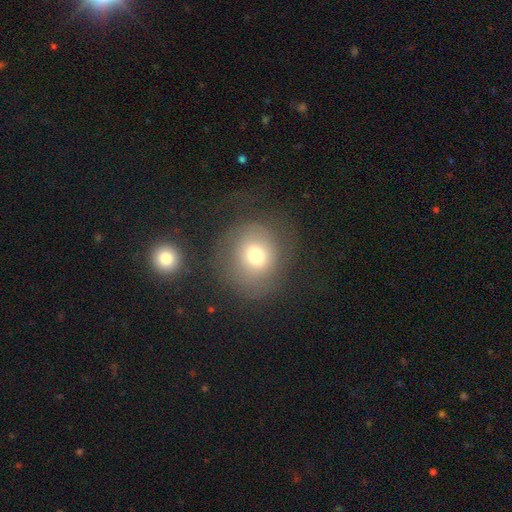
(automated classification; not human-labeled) Overall: smooth (67%). How rounded: round (83%). Merging: none (60%).